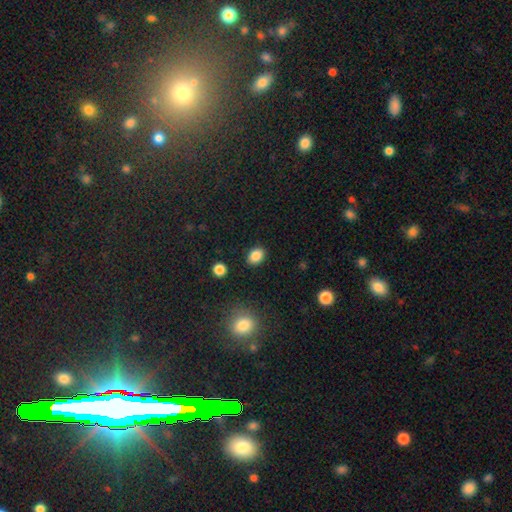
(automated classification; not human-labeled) Morphology: type=smooth (86%); roundness=in between (72%); merging=none (88%).